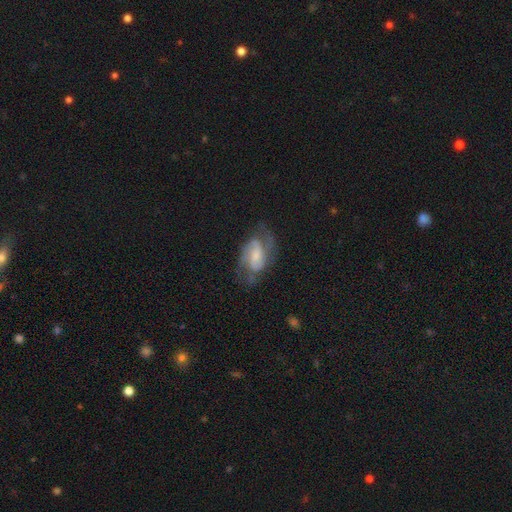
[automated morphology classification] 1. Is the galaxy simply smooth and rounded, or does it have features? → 80% featured or disk, 14% smooth, 6% star or artifact.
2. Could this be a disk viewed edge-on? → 97% no, 3% yes.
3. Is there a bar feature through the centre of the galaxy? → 49% weak, 32% no, 20% strong.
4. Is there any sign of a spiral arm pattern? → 94% yes, 6% no.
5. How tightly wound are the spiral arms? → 53% medium, 27% tight, 19% loose.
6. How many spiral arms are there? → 82% 2, 8% can't tell, 5% 3, 3% 1, 1% 4, 1% more than 4.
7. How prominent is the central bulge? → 37% small, 34% moderate, 17% none, 10% large, 2% dominant.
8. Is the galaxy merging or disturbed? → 63% none, 21% minor disturbance, 14% major disturbance, 2% merger.